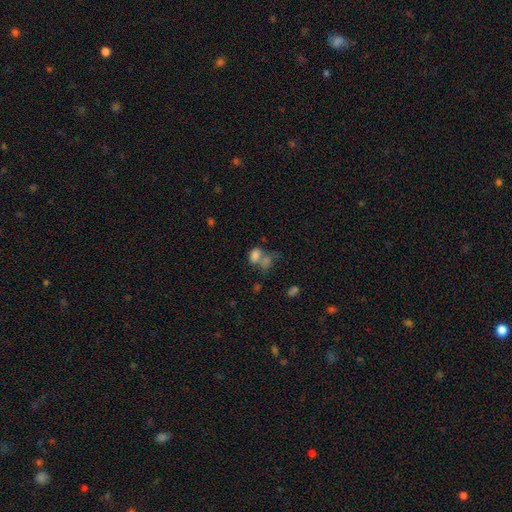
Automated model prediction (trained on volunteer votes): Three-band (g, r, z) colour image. It shows a smooth galaxy with no disk features (76%) that is in between round and cigar-shaped (78%). Merging: merger (53%).